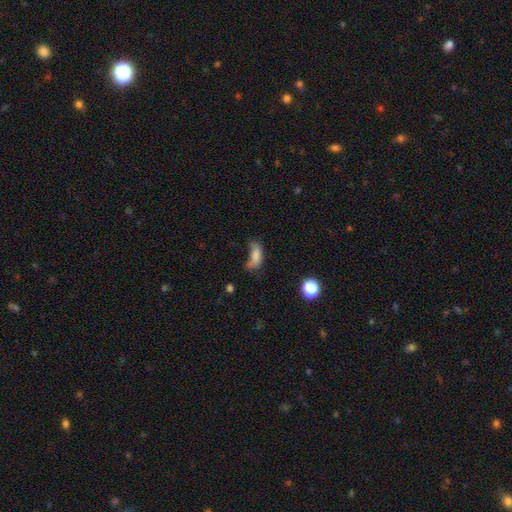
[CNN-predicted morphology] A smooth galaxy with no disk features (72%) that is in between round and cigar-shaped (78%). Merging: major disturbance (32%).